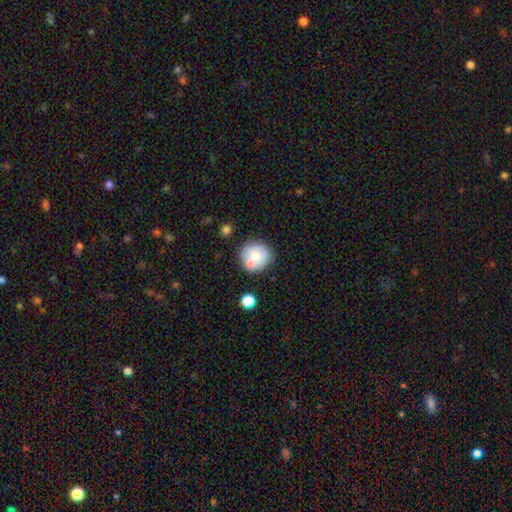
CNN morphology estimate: type=smooth (74%); roundness=round (89%); merging=none (65%).